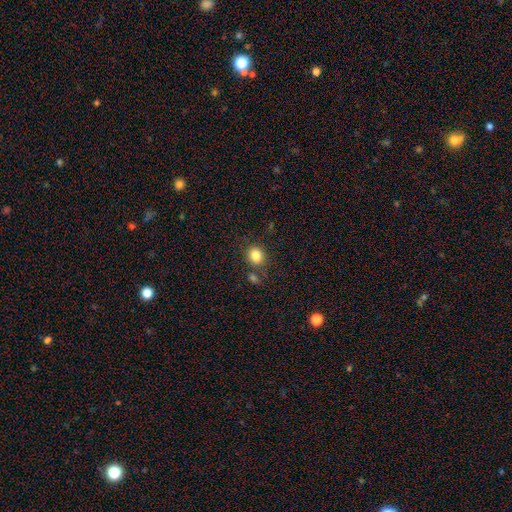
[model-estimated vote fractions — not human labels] Morphology: type=smooth (83%); roundness=round (72%); merging=none (75%).